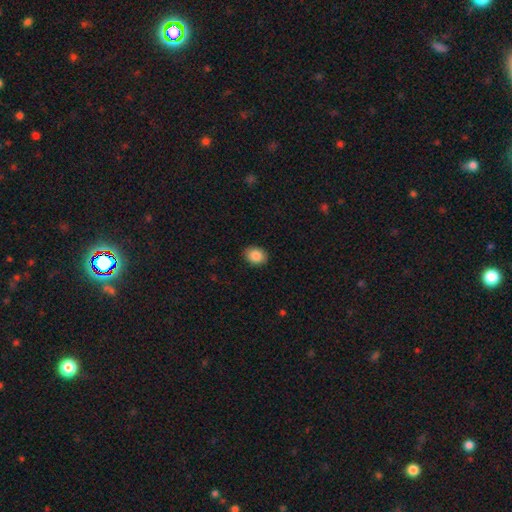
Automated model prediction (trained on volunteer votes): smooth-or-featured: smooth: 87% | star or artifact: 8% | featured or disk: 5%
  how-rounded: in between: 61% | round: 38% | cigar-shaped: 1%
  merging: none: 89% | minor disturbance: 8% | major disturbance: 2% | merger: 1%